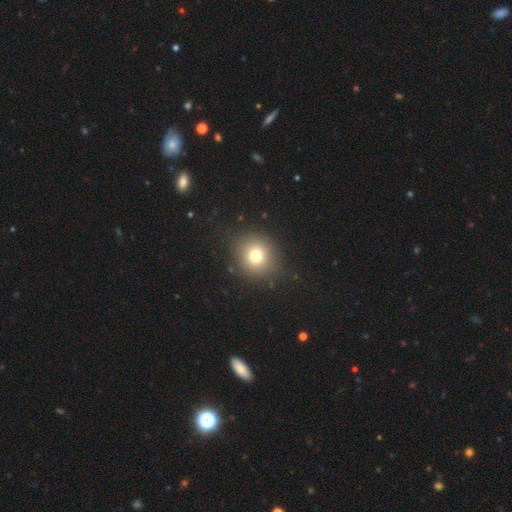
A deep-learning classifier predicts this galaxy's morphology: Q: Smooth or featured?
A: smooth (74%); runner-up: star or artifact (15%)
Q: How rounded?
A: round (86%); runner-up: in between (13%)
Q: Merging?
A: none (86%); runner-up: minor disturbance (9%)